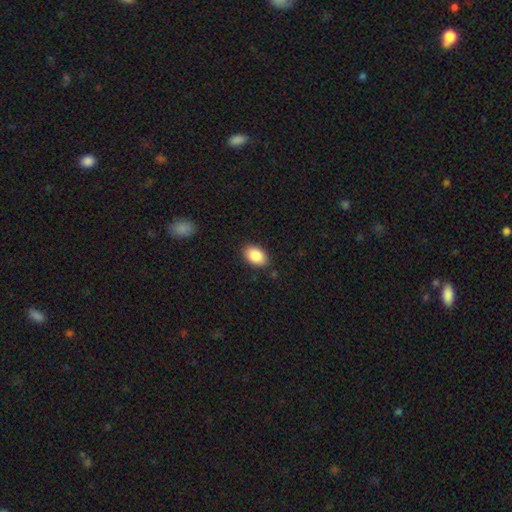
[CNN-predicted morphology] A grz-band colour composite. It shows a smooth galaxy with no disk features (88%) that is in between round and cigar-shaped (89%). Merging: none (85%).